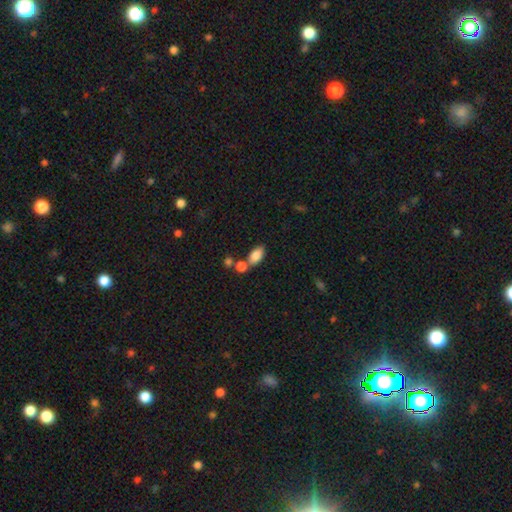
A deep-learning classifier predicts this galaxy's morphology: Q: Smooth or featured?
A: smooth (84%); runner-up: featured or disk (8%)
Q: How rounded?
A: in between (91%); runner-up: round (6%)
Q: Merging?
A: none (53%); runner-up: merger (31%)